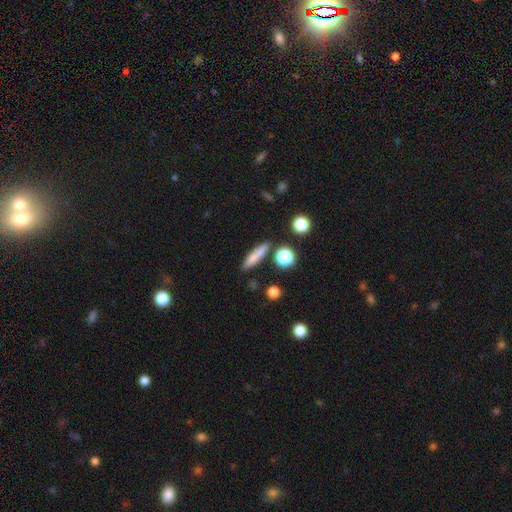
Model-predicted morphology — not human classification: The model was most divided on "how rounded": cigar-shaped: 77%, in between: 17%, round: 7%. More confident: merging — none (82%); smooth or featured — smooth (76%).